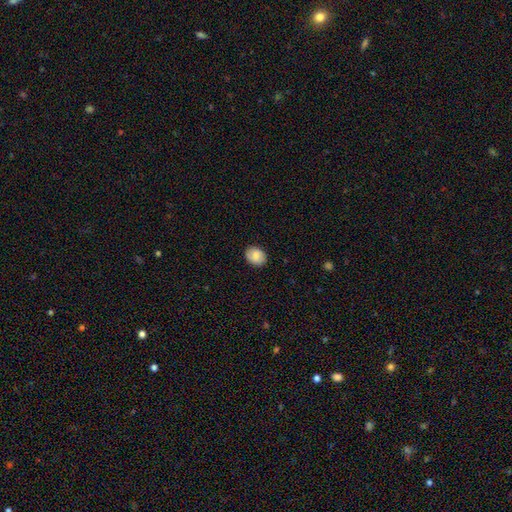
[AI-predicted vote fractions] A smooth galaxy with no disk features (82%) that is in between round and cigar-shaped (54%). Merging: none (88%).